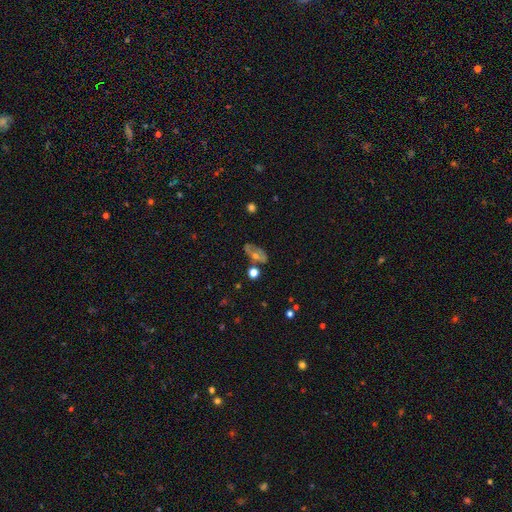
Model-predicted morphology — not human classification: A featured or disk galaxy (51%).

Vote fractions:
- Smooth or featured? featured or disk: 51% / smooth: 34% / star or artifact: 15%
- Edge-on disk? no: 89% / yes: 11%
- Merging? none: 66% / minor disturbance: 19% / major disturbance: 8% / merger: 7%